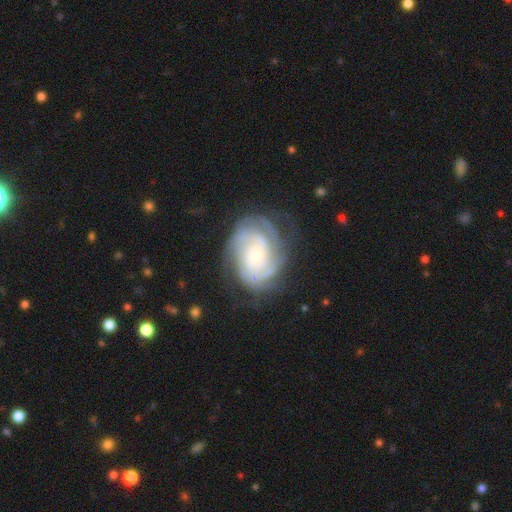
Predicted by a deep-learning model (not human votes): Q: Smooth or featured?
A: featured or disk (84%); runner-up: smooth (10%)
Q: Edge-on disk?
A: no (97%); runner-up: yes (3%)
Q: Bar?
A: no (75%); runner-up: weak (20%)
Q: Spiral arms?
A: yes (96%); runner-up: no (4%)
Q: Spiral winding?
A: tight (69%); runner-up: medium (25%)
Q: Spiral arm count?
A: can't tell (31%); runner-up: 3 (21%)
Q: Bulge size?
A: small (74%); runner-up: moderate (19%)
Q: Merging?
A: none (70%); runner-up: minor disturbance (19%)